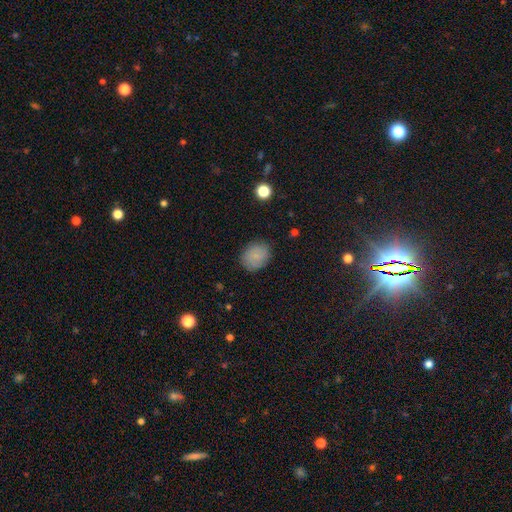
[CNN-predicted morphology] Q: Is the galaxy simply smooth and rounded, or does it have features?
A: smooth — 80%.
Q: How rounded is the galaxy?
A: round — 54%.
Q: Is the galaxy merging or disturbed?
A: none — 83%.